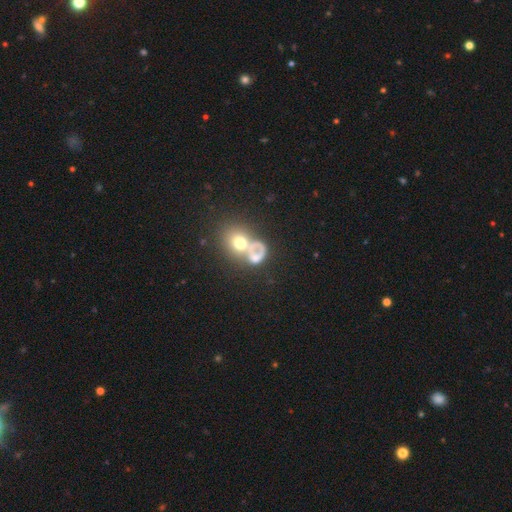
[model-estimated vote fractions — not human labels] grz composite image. It shows a smooth galaxy with no disk features (53%) that is round (60%). Merging: merger (45%).